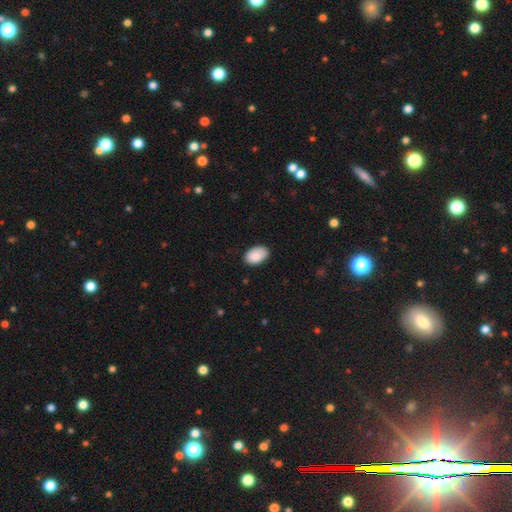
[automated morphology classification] Smooth or featured? smooth (88%)
How rounded? in between (93%)
Merging? none (82%)